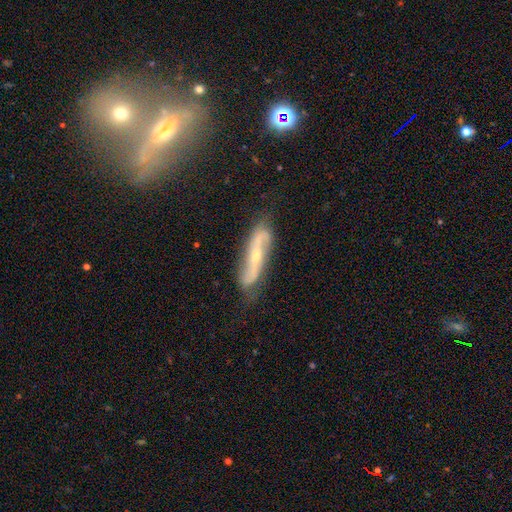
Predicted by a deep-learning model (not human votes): smooth-or-featured: featured or disk: 82% | smooth: 12% | star or artifact: 6%
  disk-edge-on: no: 79% | yes: 21%
    bar: no: 40% | strong: 34% | weak: 26%
    has-spiral-arms: yes: 92% | no: 8%
      spiral-winding: loose: 62% | medium: 26% | tight: 12%
      spiral-arm-count: 2: 91% | can't tell: 5% | 1: 1% | 3: 1% | 4: 1% | more than 4: 1%
    bulge-size: small: 64% | moderate: 32% | none: 1% | large: 1% | dominant: 1%
  merging: none: 75% | minor disturbance: 18% | major disturbance: 5% | merger: 2%